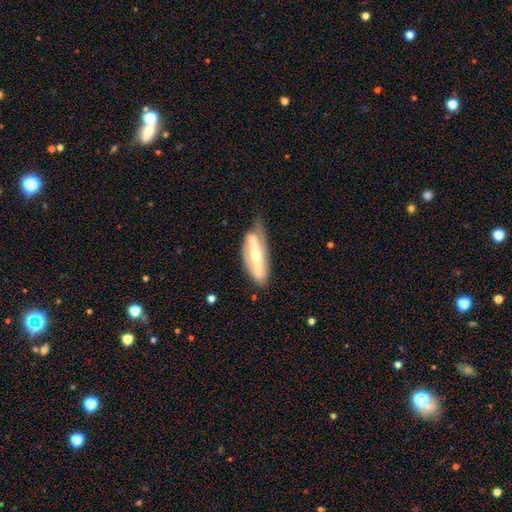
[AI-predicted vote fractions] Smooth or featured?
  - featured or disk: 67% *
  - smooth: 27%
  - star or artifact: 6%
Edge-on disk?
  - no: 70% *
  - yes: 30%
Merging?
  - none: 53% *
  - minor disturbance: 32%
  - major disturbance: 12%
  - merger: 3%